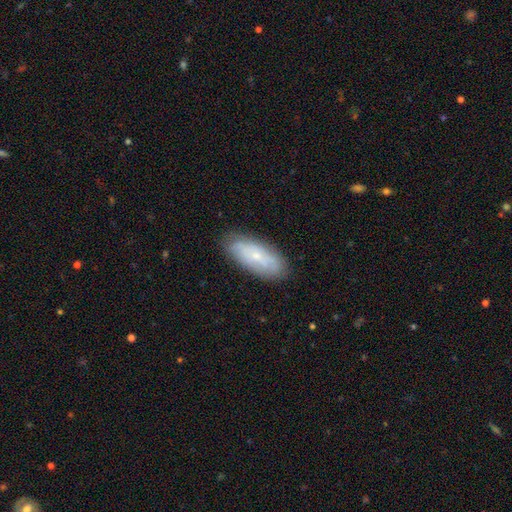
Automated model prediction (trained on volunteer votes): This appears to be a smooth galaxy with no disk features (53%) that is in between round and cigar-shaped (81%). Merging: none (82%).